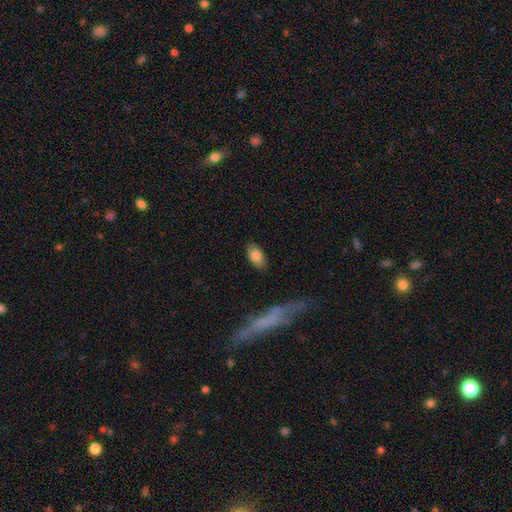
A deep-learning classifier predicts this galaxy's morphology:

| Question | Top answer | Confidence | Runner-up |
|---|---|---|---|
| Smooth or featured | smooth | 81% | featured or disk (12%) |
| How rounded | in between | 92% | round (4%) |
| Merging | none | 82% | minor disturbance (13%) |